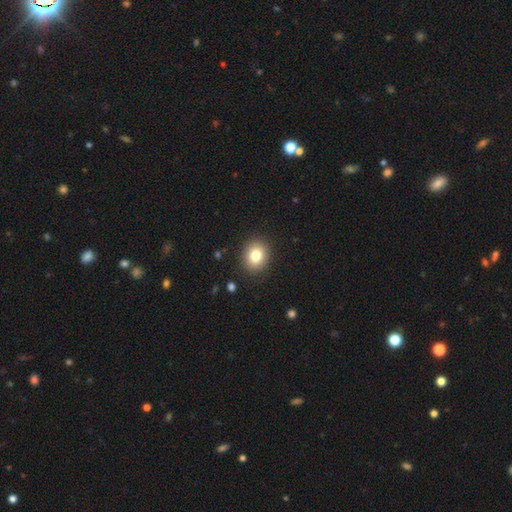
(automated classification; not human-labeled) Overall: smooth (81%). How rounded: round (60%; in between 39%). Merging: none (90%).